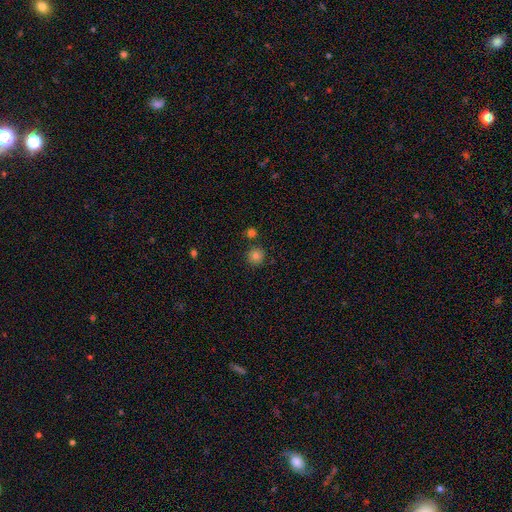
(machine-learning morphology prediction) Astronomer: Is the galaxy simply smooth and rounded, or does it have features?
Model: smooth — 81%.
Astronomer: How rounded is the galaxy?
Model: round — 94%.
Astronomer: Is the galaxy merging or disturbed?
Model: none — 83%.